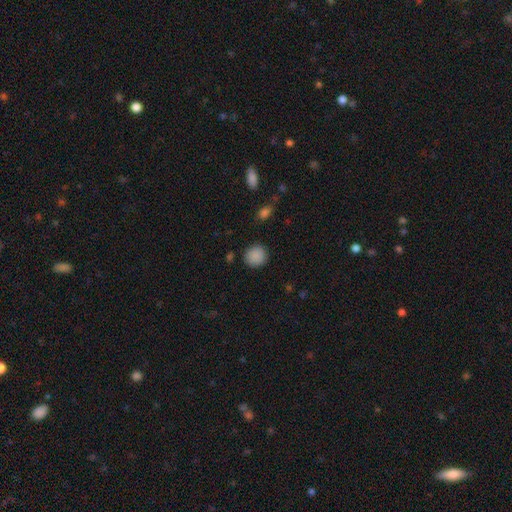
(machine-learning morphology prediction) Smooth or featured?
  - smooth: 88% *
  - star or artifact: 9%
  - featured or disk: 3%
How rounded?
  - round: 88% *
  - in between: 11%
  - cigar-shaped: 1%
Merging?
  - none: 87% *
  - minor disturbance: 9%
  - major disturbance: 3%
  - merger: 2%